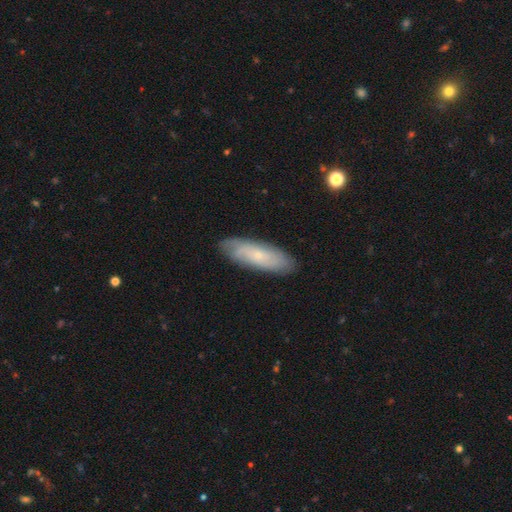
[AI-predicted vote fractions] featured or disk 45%, smooth 44%, star or artifact 11%. Down the decision tree: merging — none (86%).